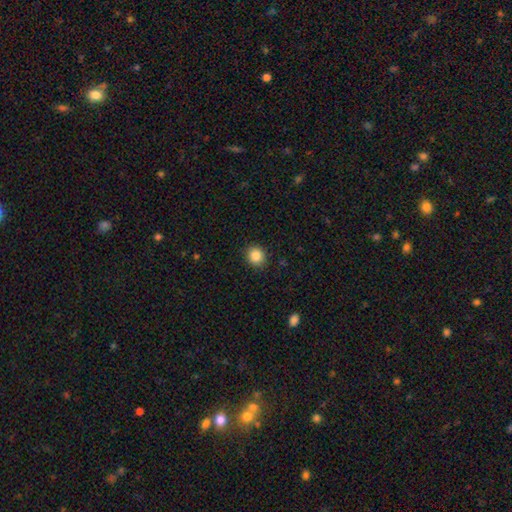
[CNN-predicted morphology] This appears to be a smooth galaxy with no disk features (86%) that is round (84%). Merging: none (91%).